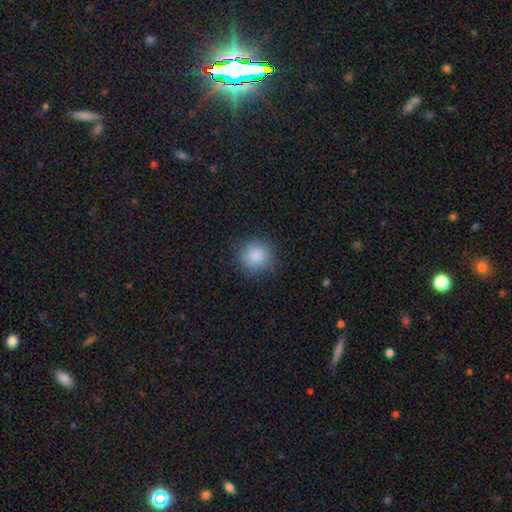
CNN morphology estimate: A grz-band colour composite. It shows a smooth galaxy with no disk features (86%) that is round (92%). Merging: none (84%).